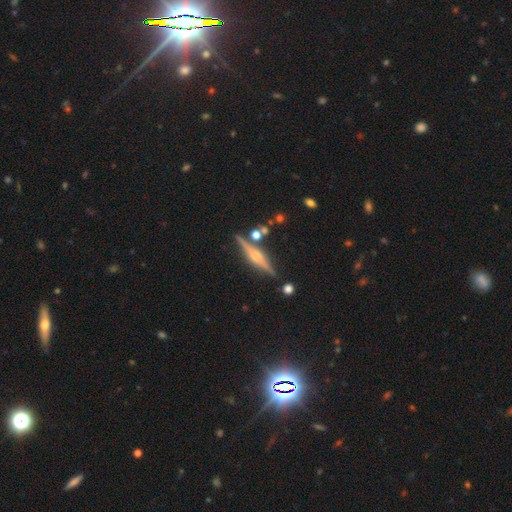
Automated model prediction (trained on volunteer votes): A featured or disk galaxy (79%) viewed edge-on (97%) with a rounded central bulge (86%).

Vote fractions:
- Smooth or featured? featured or disk: 79% / smooth: 14% / star or artifact: 8%
- Edge-on disk? yes: 97% / no: 3%
- Edge-on bulge? rounded: 86% / boxy: 9% / none: 4%
- Merging? none: 85% / minor disturbance: 9% / merger: 4% / major disturbance: 2%